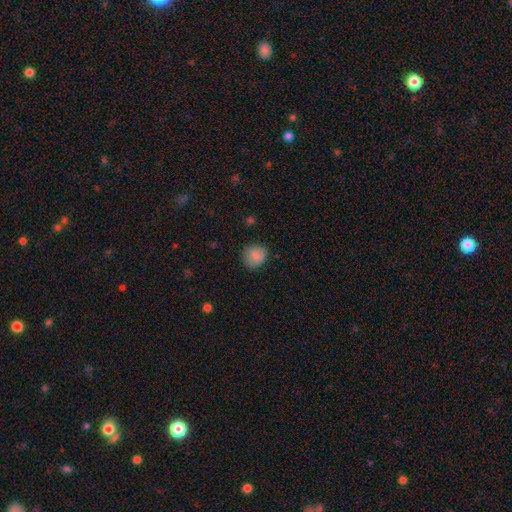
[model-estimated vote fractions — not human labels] Smooth or featured? Predicted: smooth (p=0.85). How rounded? Predicted: round (p=0.76). Merging? Predicted: none (p=0.78).